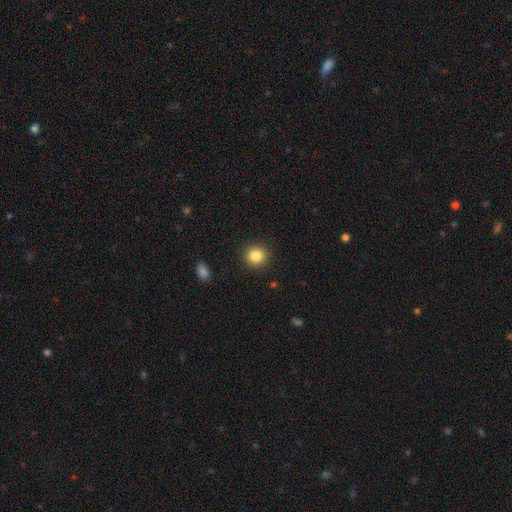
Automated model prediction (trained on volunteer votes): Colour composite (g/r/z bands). It shows a smooth galaxy with no disk features (85%) that is round (92%). Merging: none (91%).